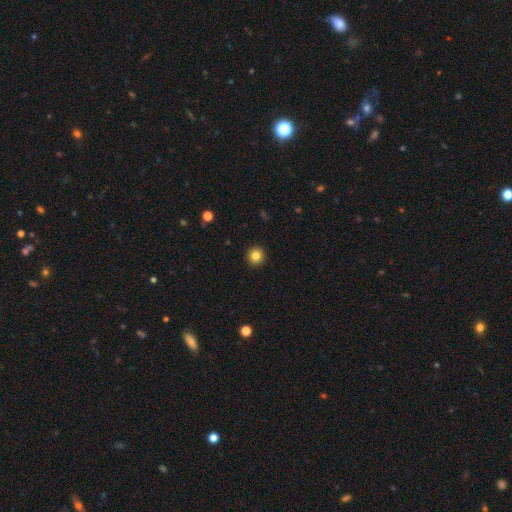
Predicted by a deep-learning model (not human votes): smooth 84%, star or artifact 11%, featured or disk 5%. Down the decision tree: how rounded — round (95%); merging — none (93%).